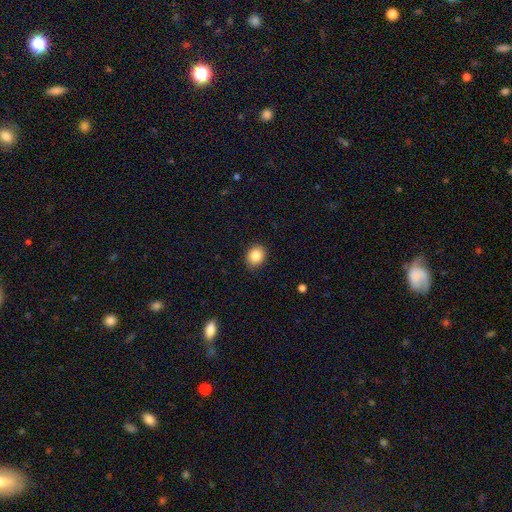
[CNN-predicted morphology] Smooth or featured: smooth — 84% (star or artifact — 9%)
How rounded: round — 68% (in between — 31%)
Merging: none — 89% (minor disturbance — 8%)